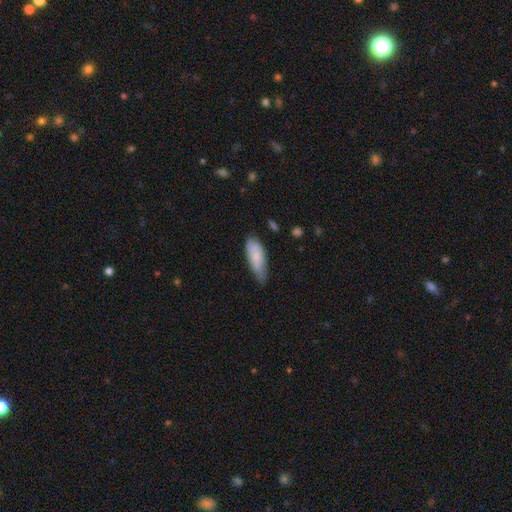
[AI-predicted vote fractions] Morphology: type=smooth (81%); roundness=in between (70%); merging=none (53%).